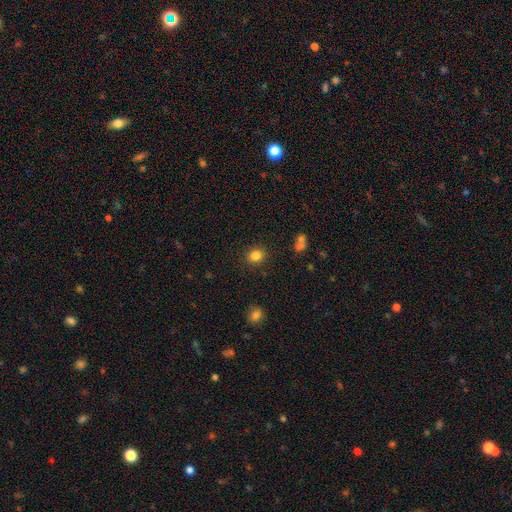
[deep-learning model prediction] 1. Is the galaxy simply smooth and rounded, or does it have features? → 84% smooth, 11% star or artifact, 5% featured or disk.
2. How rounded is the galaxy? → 75% round, 24% in between, 1% cigar-shaped.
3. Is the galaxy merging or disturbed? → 88% none, 7% minor disturbance, 2% major disturbance, 2% merger.